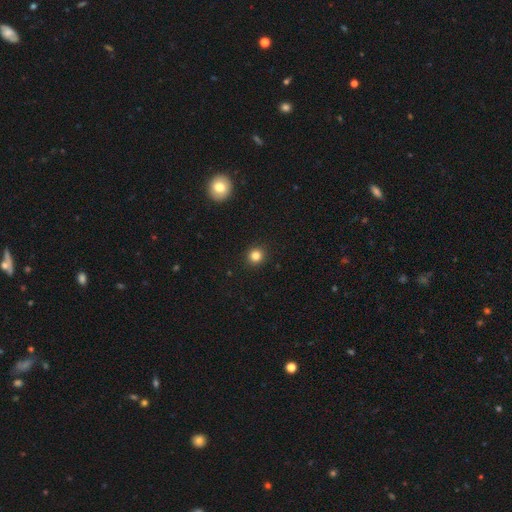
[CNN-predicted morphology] smooth_or_featured: smooth (p=0.82) [alt: star or artifact p=0.13]
how_rounded: round (p=0.93) [alt: in between p=0.06]
merging: none (p=0.93) [alt: minor disturbance p=0.05]